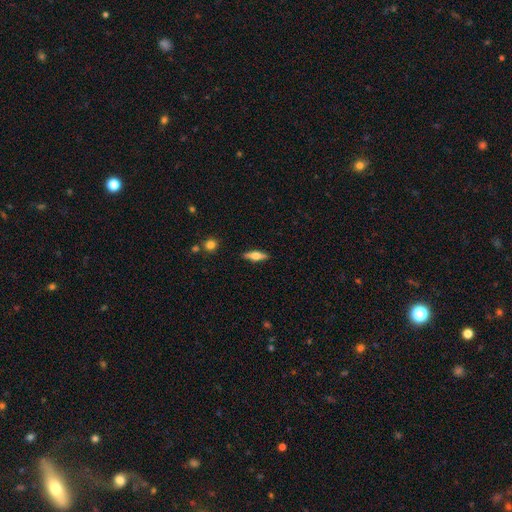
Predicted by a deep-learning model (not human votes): This appears to be a featured or disk galaxy (48%). Merging: none (89%).